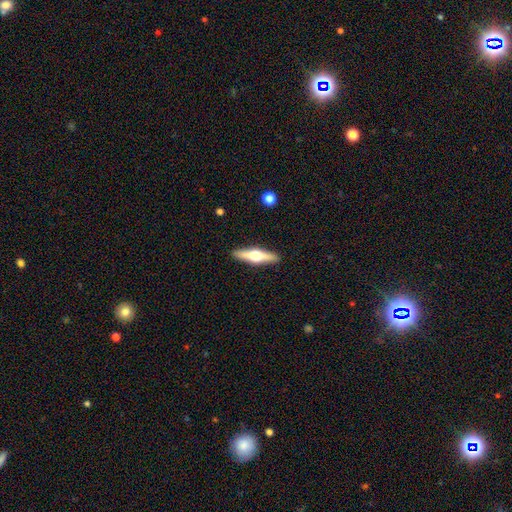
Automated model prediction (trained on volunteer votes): Smooth or featured?
  - featured or disk: 63% *
  - smooth: 32%
  - star or artifact: 5%
Edge-on disk?
  - yes: 96% *
  - no: 4%
Edge-on bulge?
  - rounded: 96% *
  - boxy: 2%
  - none: 2%
Merging?
  - none: 91% *
  - minor disturbance: 6%
  - major disturbance: 1%
  - merger: 1%